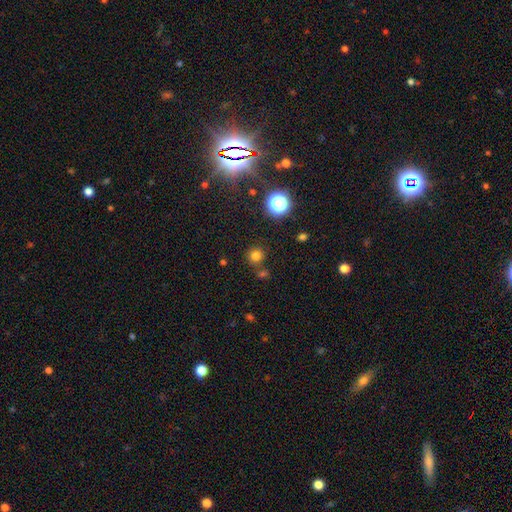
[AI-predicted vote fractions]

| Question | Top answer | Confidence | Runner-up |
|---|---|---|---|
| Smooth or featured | smooth | 74% | star or artifact (20%) |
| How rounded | round | 92% | in between (7%) |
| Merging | none | 78% | merger (11%) |